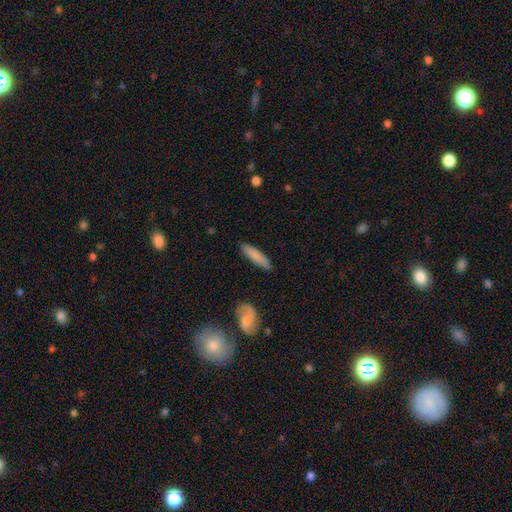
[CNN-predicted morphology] Overall: smooth (82%). How rounded: cigar-shaped (75%). Merging: none (86%).